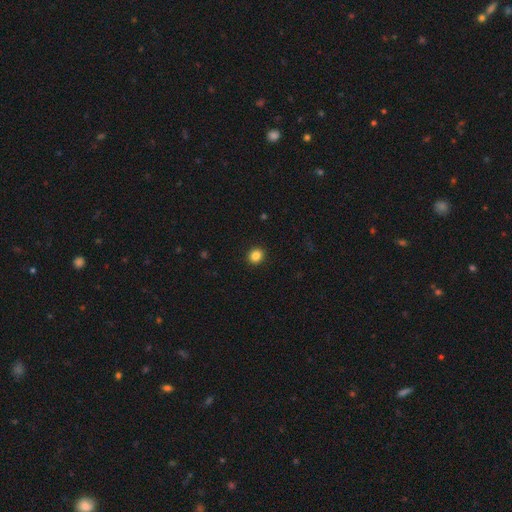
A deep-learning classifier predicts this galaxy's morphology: A smooth galaxy with no disk features (85%) that is round (81%).

Vote fractions:
- Smooth or featured? smooth: 85% / star or artifact: 11% / featured or disk: 4%
- How rounded? round: 81% / in between: 18% / cigar-shaped: 1%
- Merging? none: 93% / minor disturbance: 5% / major disturbance: 2% / merger: 1%